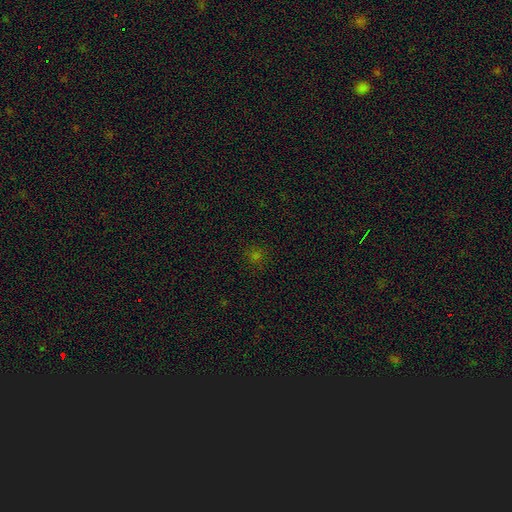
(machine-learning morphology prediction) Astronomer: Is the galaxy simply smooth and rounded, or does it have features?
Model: smooth — 59% (runner-up: star or artifact, 35%).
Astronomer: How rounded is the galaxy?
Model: round — 91%.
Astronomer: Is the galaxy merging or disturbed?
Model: none — 88%.